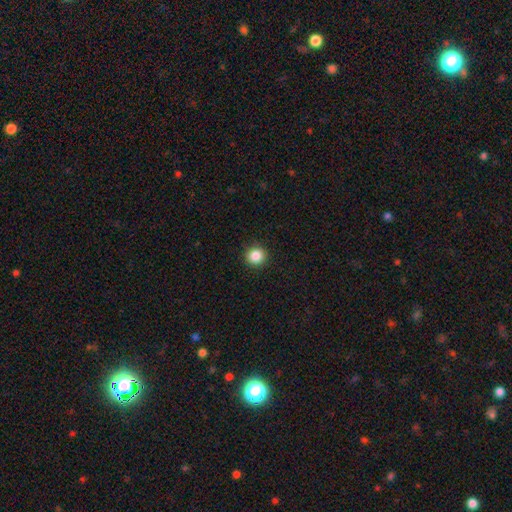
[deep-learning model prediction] A smooth galaxy with no disk features (86%) that is round (94%). Merging: none (92%).